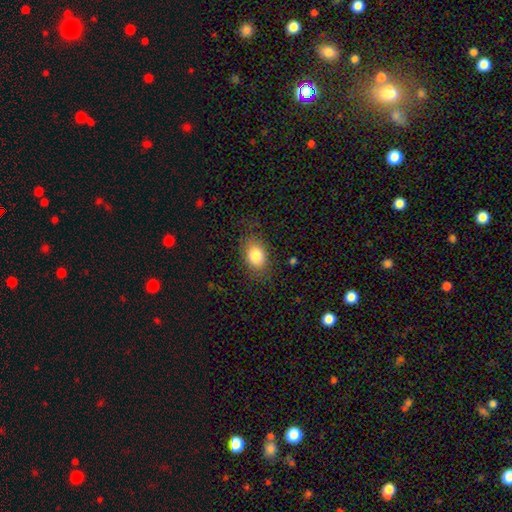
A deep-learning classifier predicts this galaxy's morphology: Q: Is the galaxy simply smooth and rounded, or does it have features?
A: smooth — 82%.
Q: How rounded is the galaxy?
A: in between — 76%.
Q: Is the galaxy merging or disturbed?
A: none — 77%.